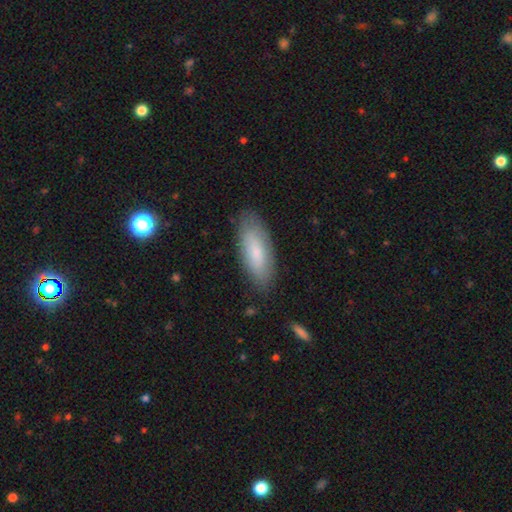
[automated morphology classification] smooth-or-featured: smooth: 75% | featured or disk: 19% | star or artifact: 6%
  how-rounded: in between: 74% | cigar-shaped: 24% | round: 2%
  merging: none: 82% | minor disturbance: 13% | major disturbance: 3% | merger: 1%